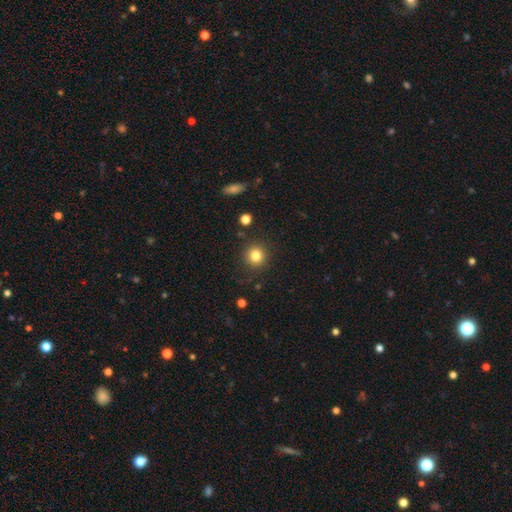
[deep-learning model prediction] Morphology: type=smooth (81%); roundness=round (93%); merging=none (89%).